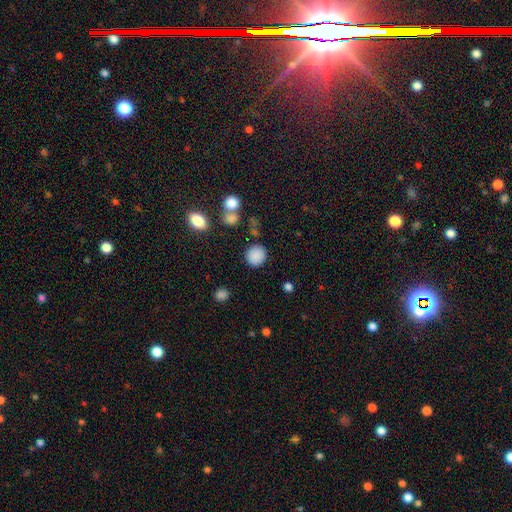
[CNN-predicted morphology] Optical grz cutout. It shows a smooth galaxy with no disk features (86%) that is round (88%). Merging: none (85%).